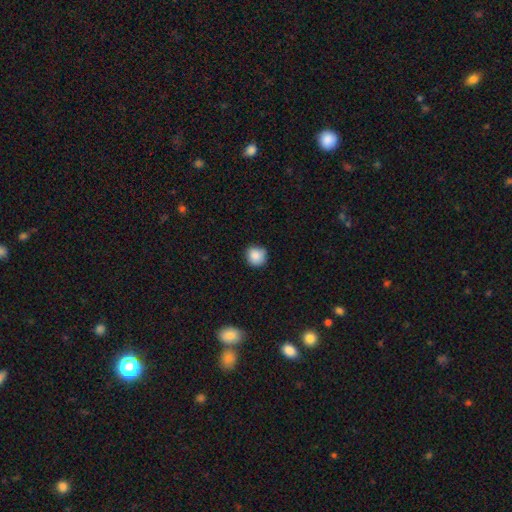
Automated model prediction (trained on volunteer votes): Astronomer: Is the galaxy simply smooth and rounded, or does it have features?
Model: smooth — 87%.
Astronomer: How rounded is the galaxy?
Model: round — 91%.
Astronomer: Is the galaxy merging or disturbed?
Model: none — 79%.